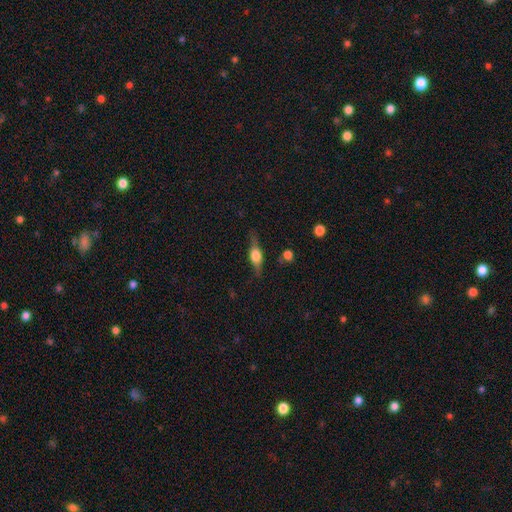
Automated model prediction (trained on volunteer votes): smooth_or_featured: featured or disk (p=0.58) [alt: smooth p=0.34]
disk_edge_on: yes (p=0.94) [alt: no p=0.06]
edge_on_bulge: rounded (p=0.91) [alt: boxy p=0.08]
merging: none (p=0.76) [alt: minor disturbance p=0.16]